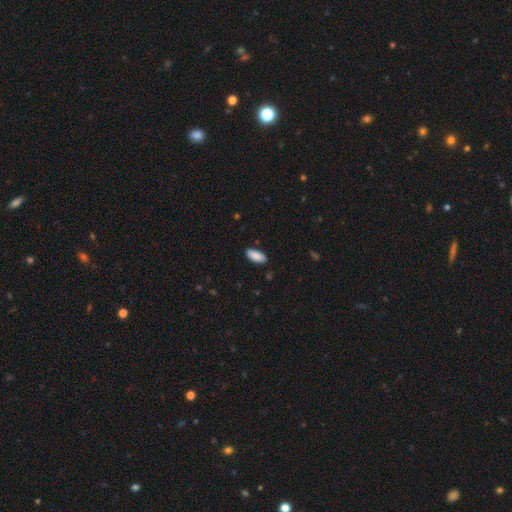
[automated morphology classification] A smooth galaxy with no disk features (89%) that is in between round and cigar-shaped (88%).

Vote fractions:
- Smooth or featured? smooth: 89% / star or artifact: 6% / featured or disk: 5%
- How rounded? in between: 88% / cigar-shaped: 11% / round: 2%
- Merging? none: 87% / minor disturbance: 10% / major disturbance: 2% / merger: 1%